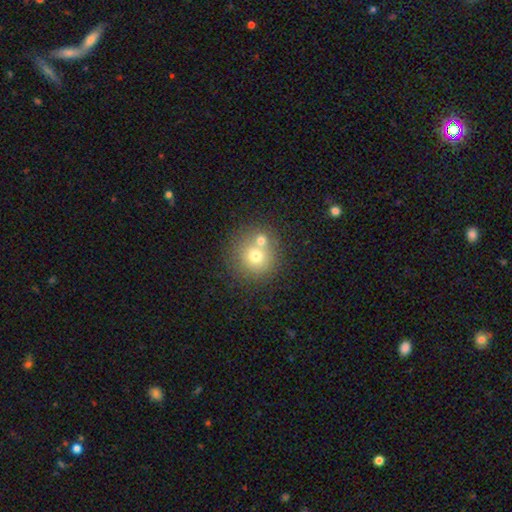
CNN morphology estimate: Smooth or featured? smooth (70%)
How rounded? round (91%)
Merging? none (54%)